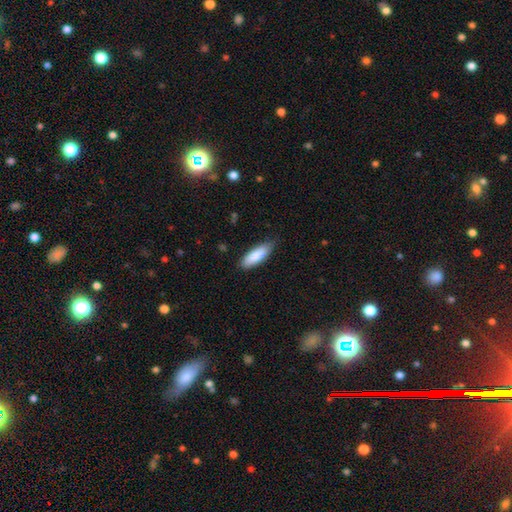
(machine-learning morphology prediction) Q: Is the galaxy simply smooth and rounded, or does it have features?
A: smooth — 84%.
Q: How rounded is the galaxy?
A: in between — 63%.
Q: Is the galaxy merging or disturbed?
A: none — 78%.